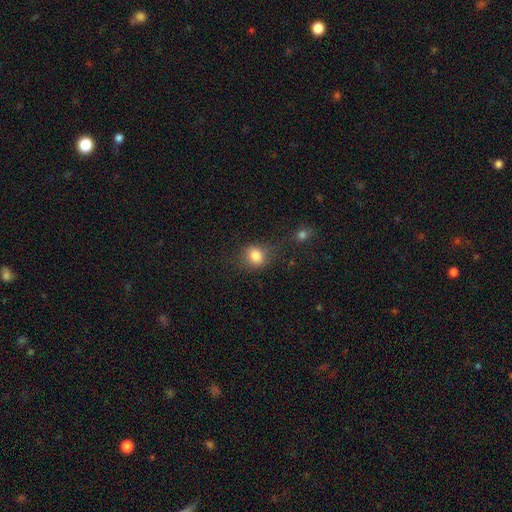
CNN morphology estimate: Smooth or featured? Predicted: smooth (p=0.82). How rounded? Predicted: round (p=0.67). Merging? Predicted: none (p=0.64).